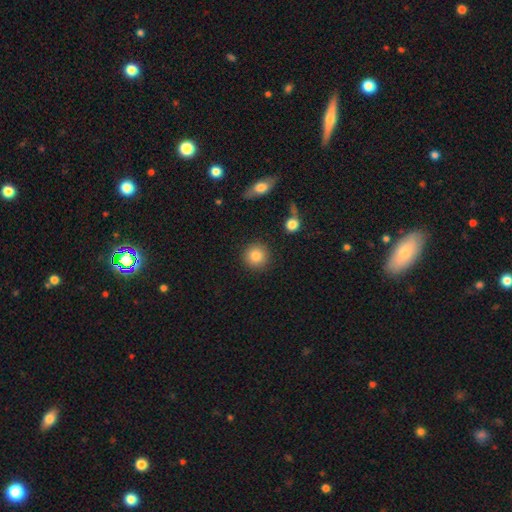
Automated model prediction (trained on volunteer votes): Smooth or featured: smooth — 84% (star or artifact — 9%)
How rounded: round — 93% (in between — 6%)
Merging: none — 90% (minor disturbance — 6%)